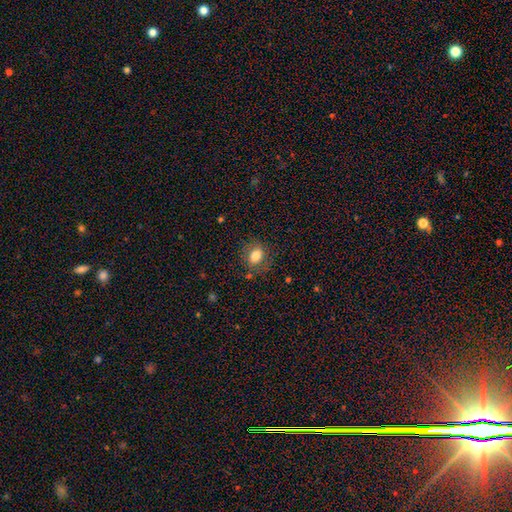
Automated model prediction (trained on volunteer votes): Overall: smooth (79%). How rounded: in between (60%; round 39%). Merging: none (76%).